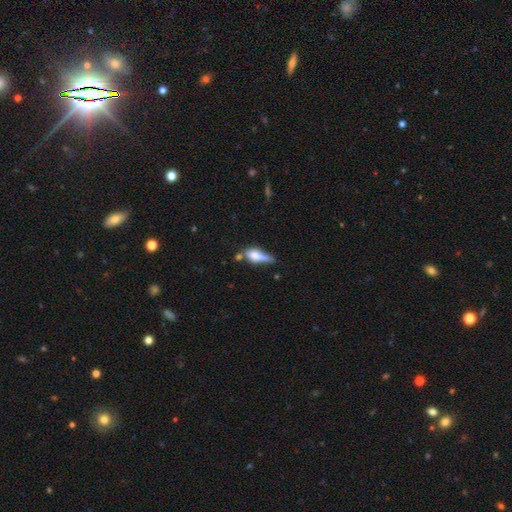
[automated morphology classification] Smooth or featured? Predicted: smooth (p=0.59). How rounded? Predicted: in between (p=0.58). Merging? Predicted: none (p=0.32).